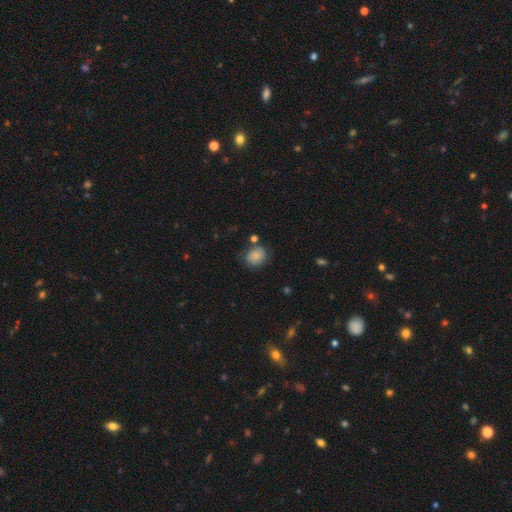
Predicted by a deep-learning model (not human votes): Overall: smooth (83%). How rounded: round (71%). Merging: none (68%).